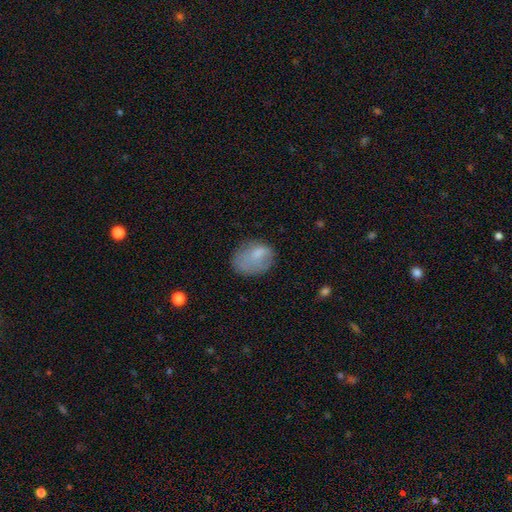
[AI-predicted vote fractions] Smooth or featured?
  - smooth: 72% *
  - featured or disk: 19%
  - star or artifact: 9%
How rounded?
  - in between: 71% *
  - round: 28%
  - cigar-shaped: 1%
Merging?
  - none: 51% *
  - minor disturbance: 30%
  - major disturbance: 17%
  - merger: 2%